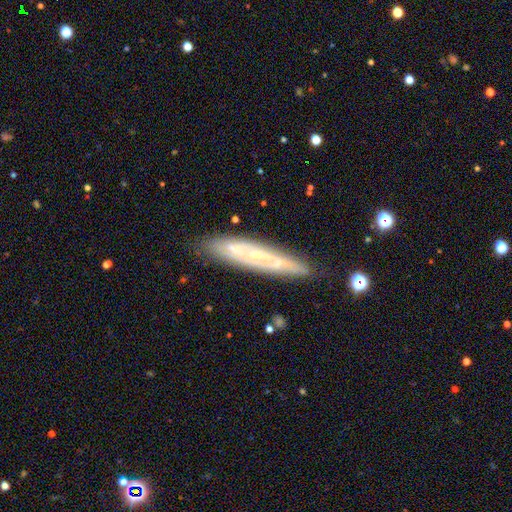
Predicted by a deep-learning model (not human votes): smooth-or-featured: featured or disk: 64% | smooth: 28% | star or artifact: 8%
  disk-edge-on: yes: 54% | no: 46%
  merging: none: 81% | minor disturbance: 13% | major disturbance: 3% | merger: 2%